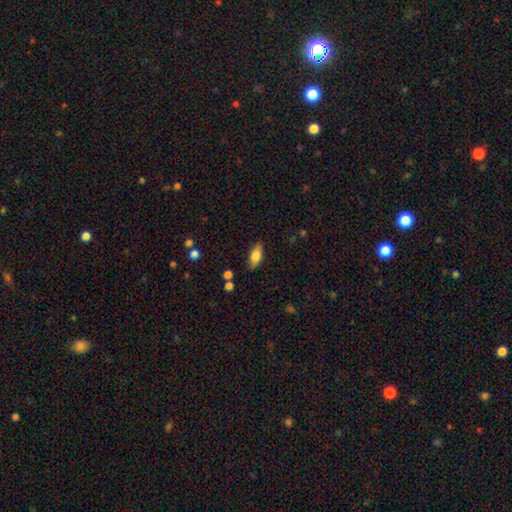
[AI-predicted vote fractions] A smooth galaxy with no disk features (77%) that is in between round and cigar-shaped (85%).

Vote fractions:
- Smooth or featured? smooth: 77% / featured or disk: 15% / star or artifact: 7%
- How rounded? in between: 85% / cigar-shaped: 12% / round: 3%
- Merging? none: 84% / minor disturbance: 11% / major disturbance: 3% / merger: 2%